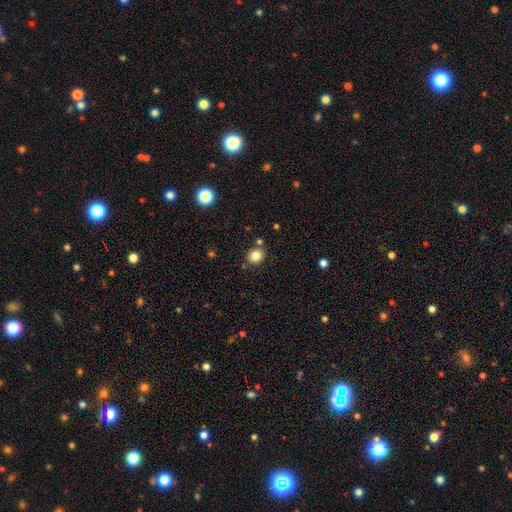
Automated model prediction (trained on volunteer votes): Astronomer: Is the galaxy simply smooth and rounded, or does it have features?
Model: smooth — 81%.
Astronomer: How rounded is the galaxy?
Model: round — 70%.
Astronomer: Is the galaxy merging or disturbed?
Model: none — 82%.